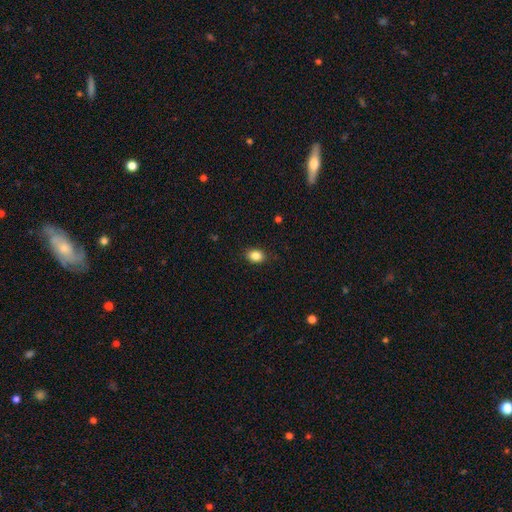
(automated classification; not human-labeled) A smooth galaxy with no disk features (86%) that is in between round and cigar-shaped (69%).

Vote fractions:
- Smooth or featured? smooth: 86% / star or artifact: 9% / featured or disk: 5%
- How rounded? in between: 69% / round: 30% / cigar-shaped: 1%
- Merging? none: 88% / minor disturbance: 9% / major disturbance: 2% / merger: 1%